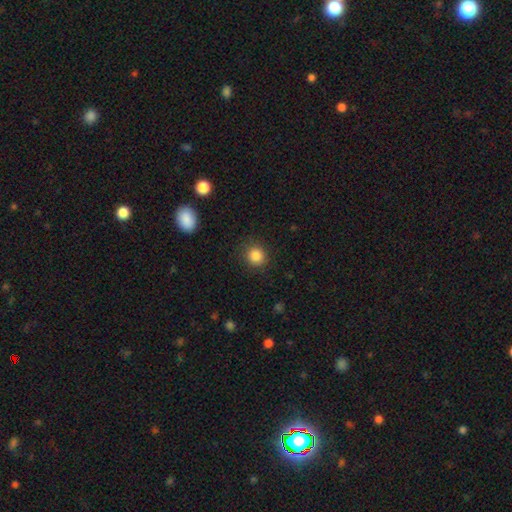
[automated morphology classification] The model was most divided on "smooth or featured": smooth: 85%, star or artifact: 11%, featured or disk: 4%. More confident: how rounded — round (89%); merging — none (88%).